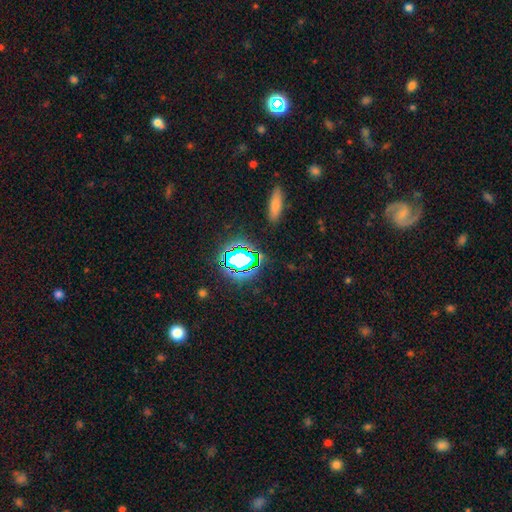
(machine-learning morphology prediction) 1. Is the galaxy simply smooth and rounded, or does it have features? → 66% star or artifact, 23% smooth, 11% featured or disk.